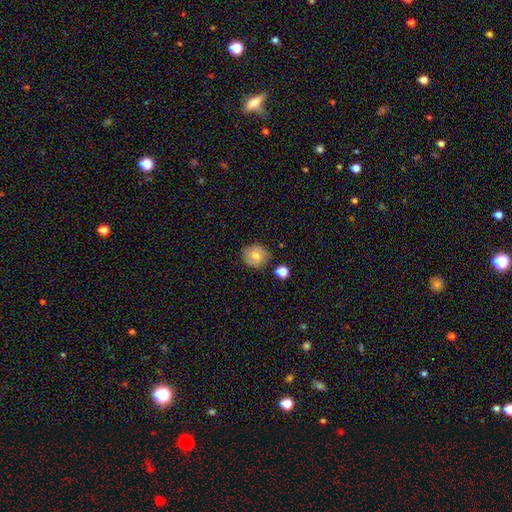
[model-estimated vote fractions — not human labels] This is likely a smooth galaxy (67%). How rounded: clearly round (82%). Merging: clearly none (82%).